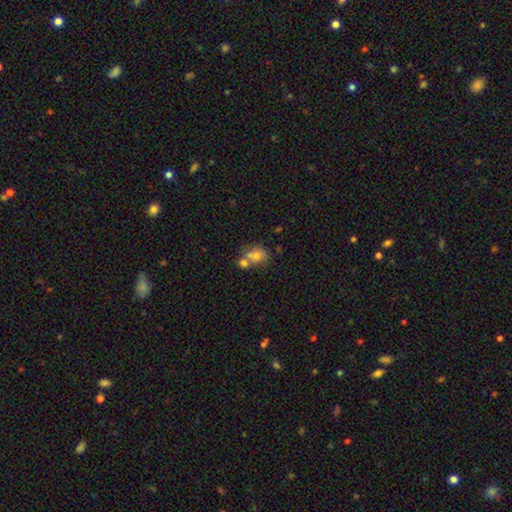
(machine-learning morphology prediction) smooth 72%, featured or disk 17%, star or artifact 11%. Down the decision tree: how rounded — round (51%); merging — merger (49%).